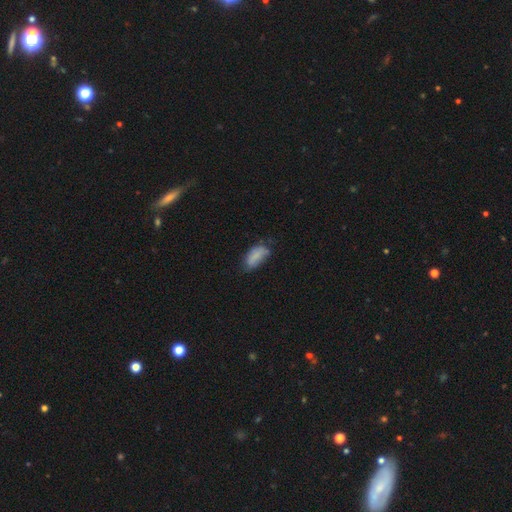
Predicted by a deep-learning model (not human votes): The model was most divided on "merging": none: 46%, minor disturbance: 37%, major disturbance: 14%, merger: 3%. More confident: how rounded — in between (89%); smooth or featured — smooth (78%).